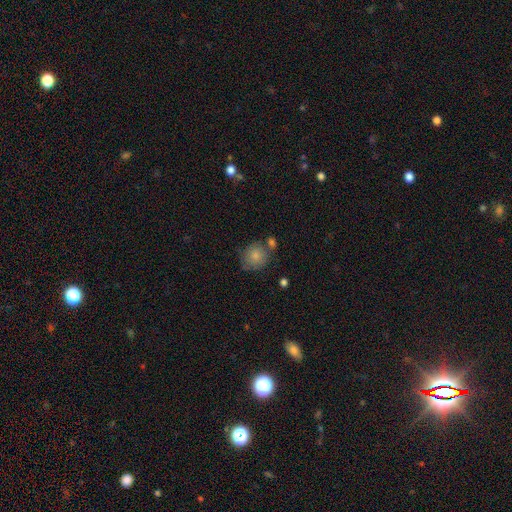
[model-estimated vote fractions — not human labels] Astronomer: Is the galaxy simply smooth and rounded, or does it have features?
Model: smooth — 82%.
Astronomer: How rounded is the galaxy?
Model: round — 82%.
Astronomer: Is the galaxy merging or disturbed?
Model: none — 61%.